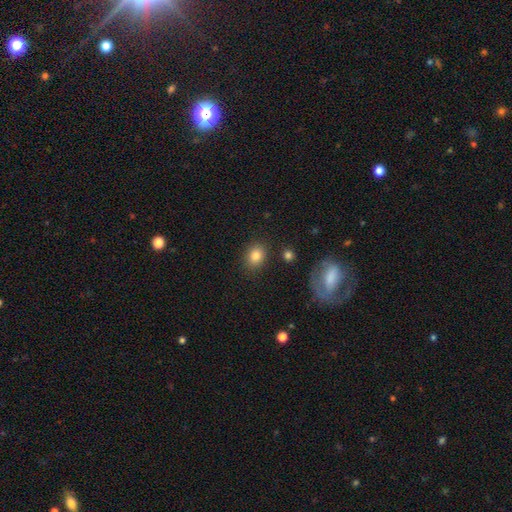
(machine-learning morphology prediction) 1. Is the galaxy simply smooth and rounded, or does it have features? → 82% smooth, 10% star or artifact, 8% featured or disk.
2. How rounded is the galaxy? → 53% in between, 46% round, 1% cigar-shaped.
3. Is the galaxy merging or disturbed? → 84% none, 10% minor disturbance, 3% major disturbance, 3% merger.